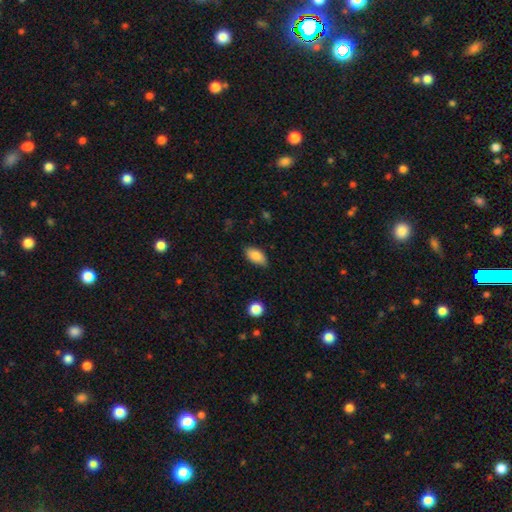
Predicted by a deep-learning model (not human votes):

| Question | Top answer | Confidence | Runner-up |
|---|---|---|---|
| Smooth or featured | smooth | 86% | star or artifact (7%) |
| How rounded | in between | 92% | cigar-shaped (4%) |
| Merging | none | 75% | minor disturbance (20%) |